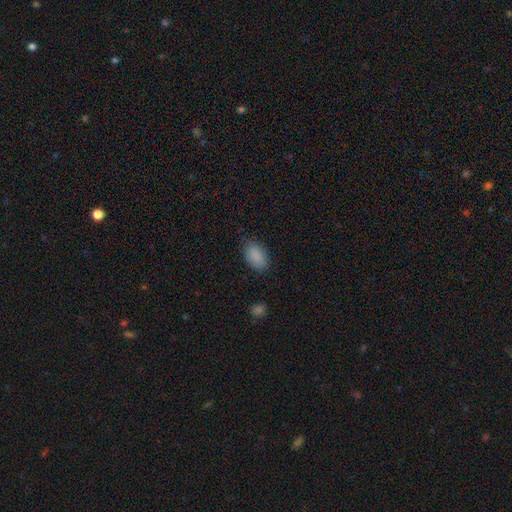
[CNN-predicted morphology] smooth-or-featured: smooth: 89% | star or artifact: 7% | featured or disk: 4%
  how-rounded: in between: 92% | round: 6% | cigar-shaped: 2%
  merging: none: 81% | minor disturbance: 15% | major disturbance: 3% | merger: 1%